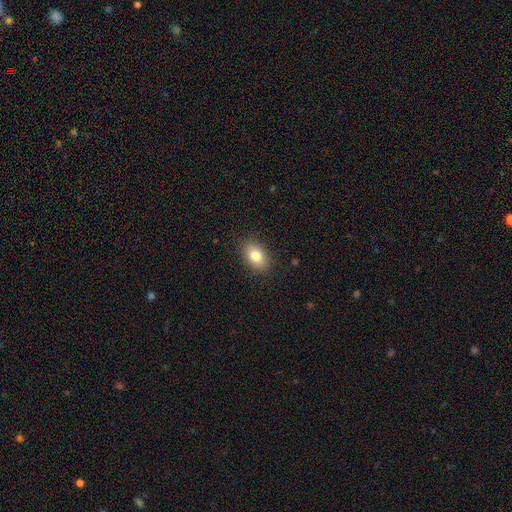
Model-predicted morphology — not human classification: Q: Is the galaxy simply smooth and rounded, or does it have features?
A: smooth — 81%.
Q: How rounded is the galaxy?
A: in between — 81%.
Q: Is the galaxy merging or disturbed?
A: none — 88%.